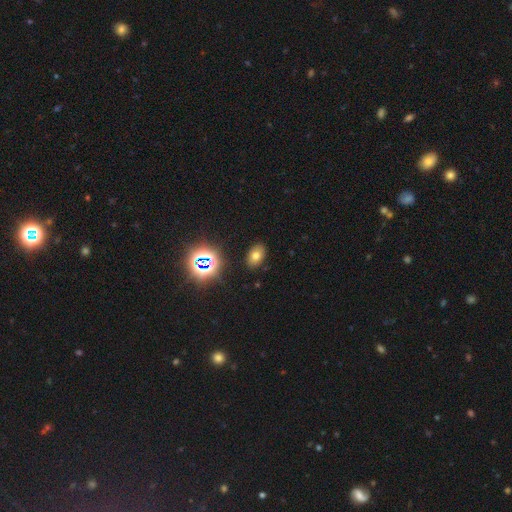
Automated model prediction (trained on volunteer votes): A smooth galaxy with no disk features (67%) that is in between round and cigar-shaped (86%).

Vote fractions:
- Smooth or featured? smooth: 67% / star or artifact: 22% / featured or disk: 11%
- How rounded? in between: 86% / round: 13% / cigar-shaped: 1%
- Merging? none: 87% / minor disturbance: 9% / major disturbance: 3% / merger: 2%